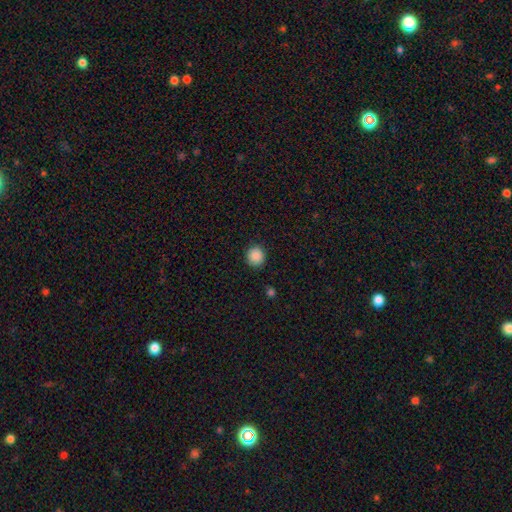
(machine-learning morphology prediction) The model was most divided on "smooth or featured": smooth: 89%, star or artifact: 9%, featured or disk: 3%. More confident: how rounded — round (90%); merging — none (90%).